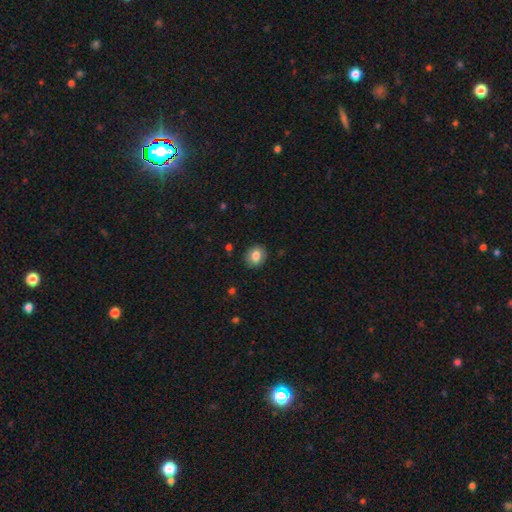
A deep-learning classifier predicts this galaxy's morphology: smooth 82%, featured or disk 10%, star or artifact 9%. Down the decision tree: how rounded — round (68%); merging — none (88%).